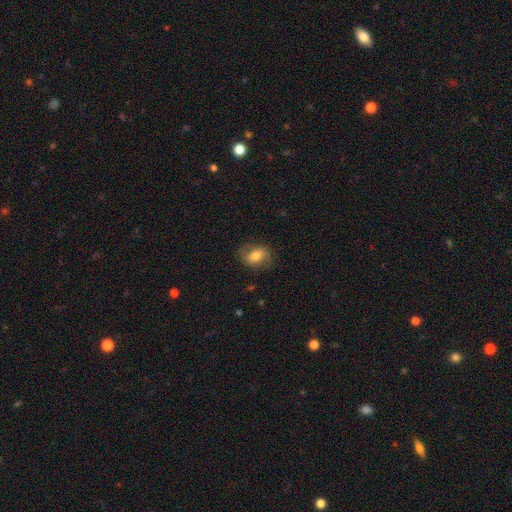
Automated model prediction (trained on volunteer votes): The model was most divided on "smooth or featured": smooth: 65%, featured or disk: 27%, star or artifact: 8%. More confident: merging — none (75%); how rounded — in between (70%).